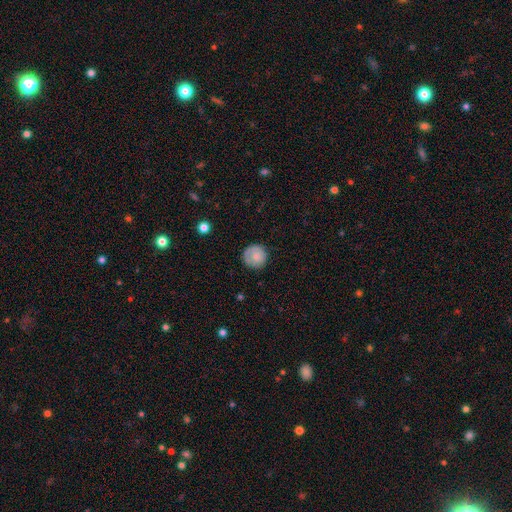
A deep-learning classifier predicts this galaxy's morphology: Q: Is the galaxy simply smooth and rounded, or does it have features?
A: smooth — 76%.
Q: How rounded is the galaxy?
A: round — 94%.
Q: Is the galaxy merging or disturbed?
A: none — 82%.